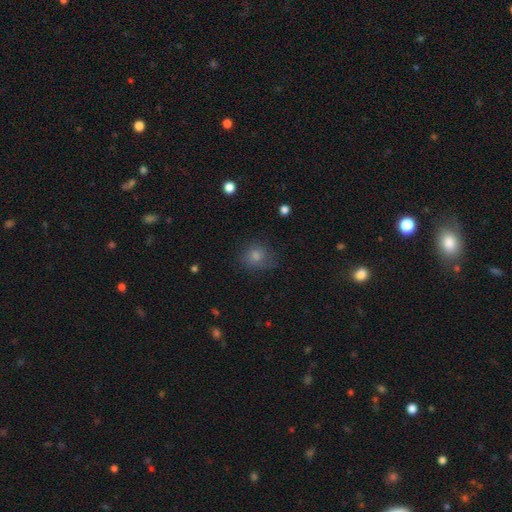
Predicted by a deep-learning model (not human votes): Morphology: type=smooth (68%); roundness=round (77%); merging=none (71%).